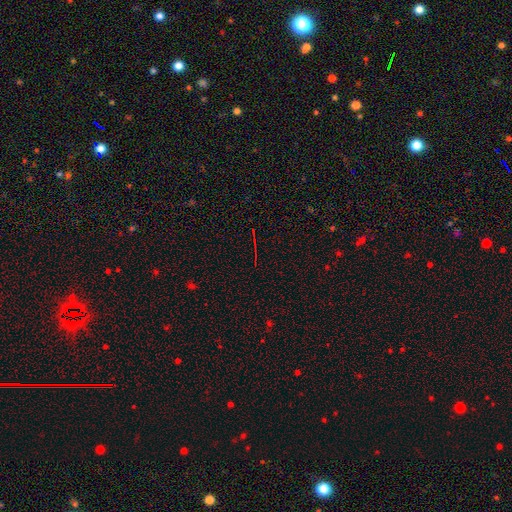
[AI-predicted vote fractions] This is likely a star or artifact rather than a galaxy (75%).